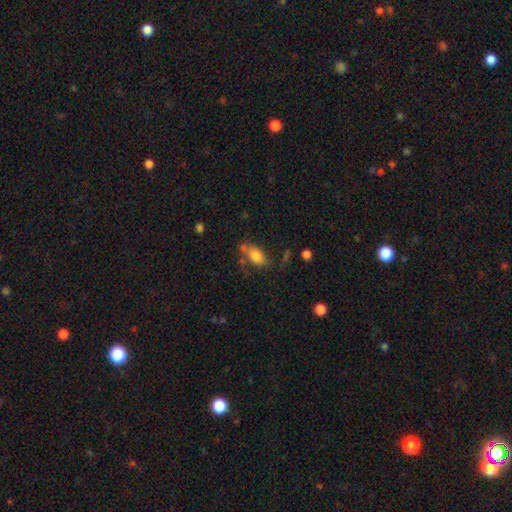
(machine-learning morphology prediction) Smooth or featured: smooth — 77% (featured or disk — 14%)
How rounded: in between — 87% (round — 8%)
Merging: none — 54% (minor disturbance — 23%)